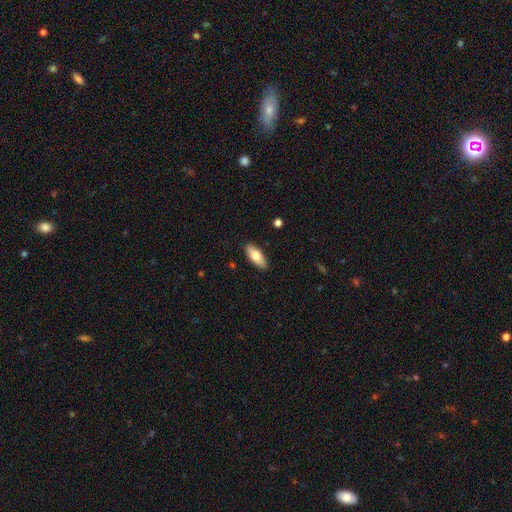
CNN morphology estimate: Q: Smooth or featured?
A: smooth (75%); runner-up: featured or disk (19%)
Q: How rounded?
A: in between (81%); runner-up: cigar-shaped (16%)
Q: Merging?
A: none (89%); runner-up: minor disturbance (8%)